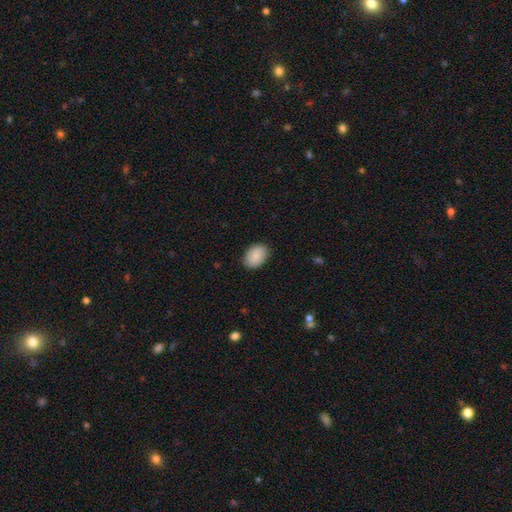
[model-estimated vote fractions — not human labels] smooth_or_featured: smooth (p=0.85) [alt: featured or disk p=0.09]
how_rounded: in between (p=0.80) [alt: round p=0.19]
merging: none (p=0.86) [alt: minor disturbance p=0.11]